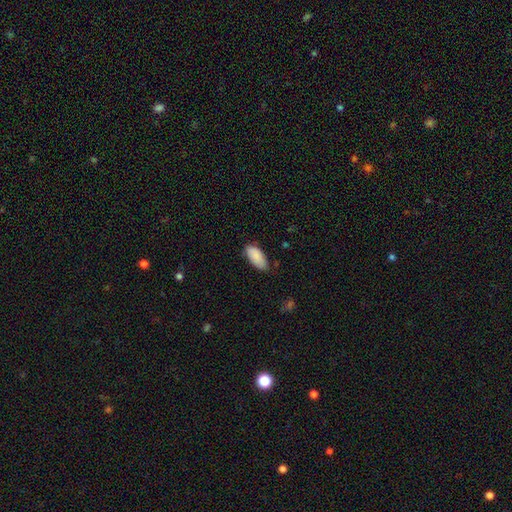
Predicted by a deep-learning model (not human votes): The model was most divided on "merging": none: 72%, minor disturbance: 23%, major disturbance: 3%, merger: 2%. More confident: how rounded — in between (91%); smooth or featured — smooth (89%).